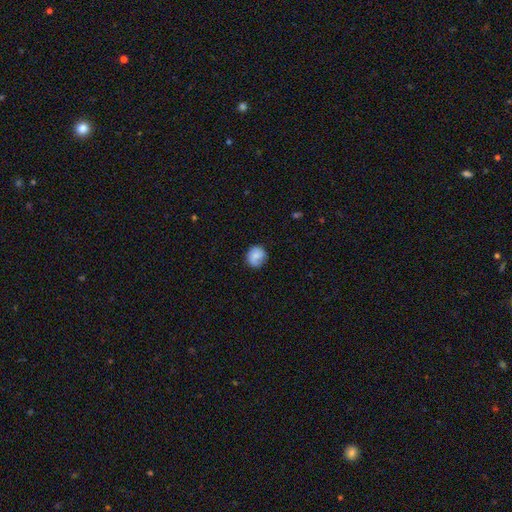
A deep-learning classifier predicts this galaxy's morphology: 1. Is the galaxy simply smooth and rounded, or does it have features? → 74% smooth, 18% featured or disk, 8% star or artifact.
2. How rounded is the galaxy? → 83% round, 16% in between, 1% cigar-shaped.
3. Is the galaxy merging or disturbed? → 74% none, 20% minor disturbance, 5% major disturbance, 1% merger.